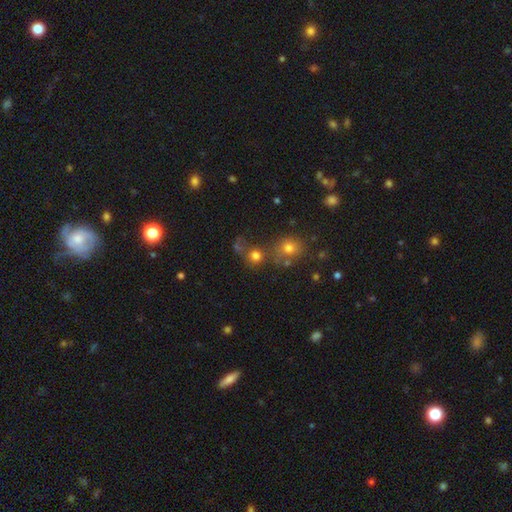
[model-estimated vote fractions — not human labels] smooth_or_featured: smooth (p=0.73) [alt: star or artifact p=0.17]
how_rounded: round (p=0.85) [alt: in between p=0.14]
merging: none (p=0.54) [alt: merger p=0.29]